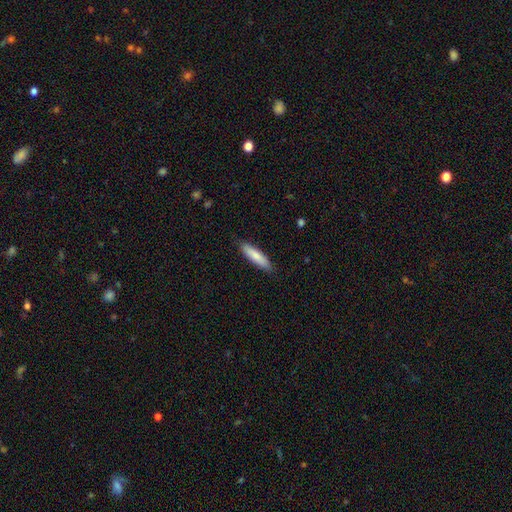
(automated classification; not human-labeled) A smooth galaxy with no disk features (80%) that is cigar-shaped (74%).

Vote fractions:
- Smooth or featured? smooth: 80% / featured or disk: 15% / star or artifact: 5%
- How rounded? cigar-shaped: 74% / in between: 25% / round: 1%
- Merging? none: 87% / minor disturbance: 10% / major disturbance: 2% / merger: 1%